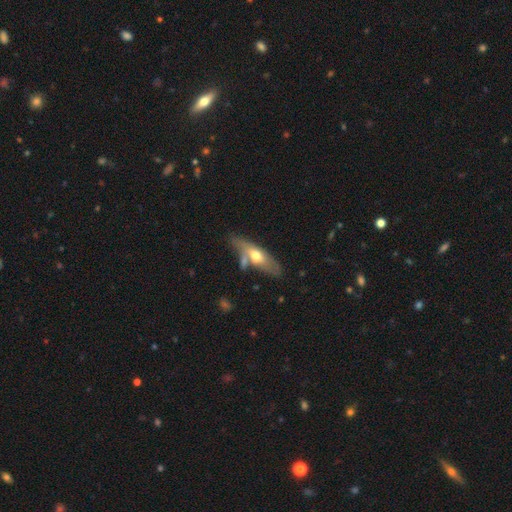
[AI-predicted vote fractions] A smooth galaxy with no disk features (49%).

Vote fractions:
- Smooth or featured? smooth: 49% / featured or disk: 46% / star or artifact: 6%
- Merging? none: 53% / minor disturbance: 21% / merger: 19% / major disturbance: 7%